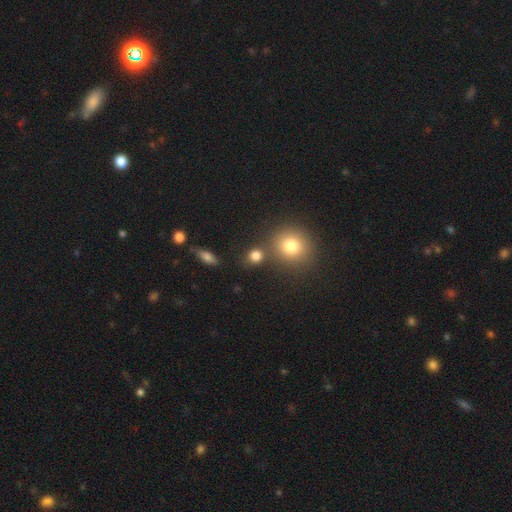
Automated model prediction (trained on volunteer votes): Morphology: type=smooth (79%); roundness=round (79%); merging=none (72%).